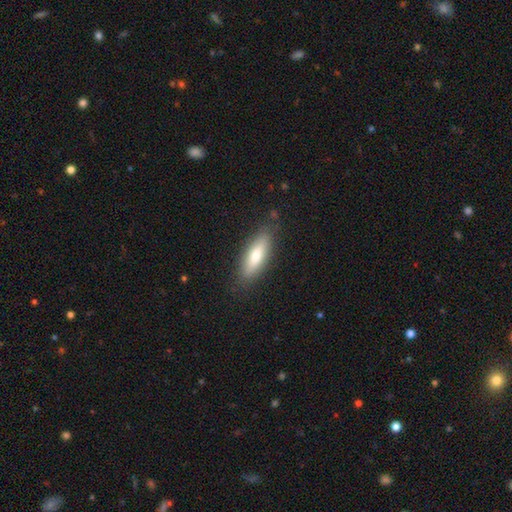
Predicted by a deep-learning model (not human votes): smooth-or-featured: smooth: 71% | featured or disk: 23% | star or artifact: 7%
  how-rounded: cigar-shaped: 51% | in between: 47% | round: 2%
  merging: none: 85% | minor disturbance: 11% | major disturbance: 3% | merger: 1%